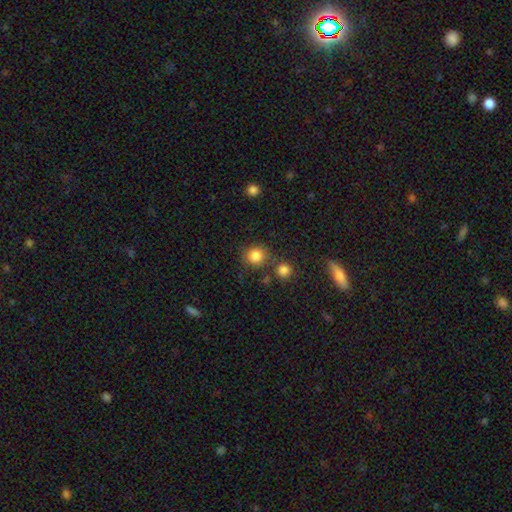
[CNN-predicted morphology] smooth_or_featured: smooth (p=0.83) [alt: star or artifact p=0.11]
how_rounded: round (p=0.88) [alt: in between p=0.11]
merging: none (p=0.76) [alt: minor disturbance p=0.10]